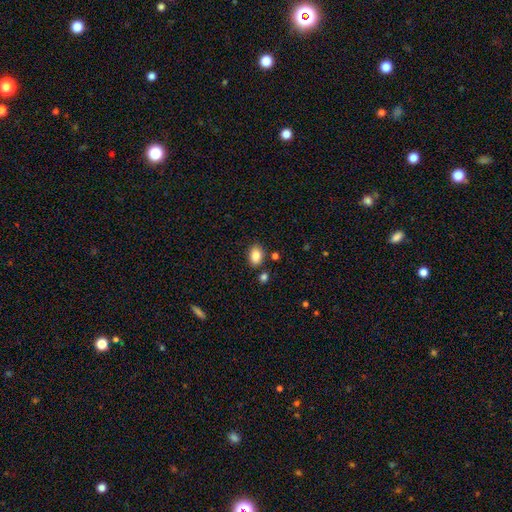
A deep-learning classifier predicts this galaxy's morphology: smooth 84%, star or artifact 9%, featured or disk 7%. Down the decision tree: how rounded — in between (80%); merging — none (82%).